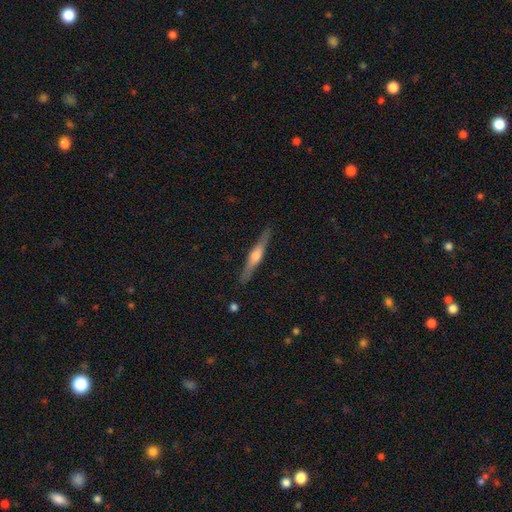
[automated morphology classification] This appears to be a featured or disk galaxy (69%) viewed edge-on (97%) with a rounded central bulge (87%). Merging: none (89%).